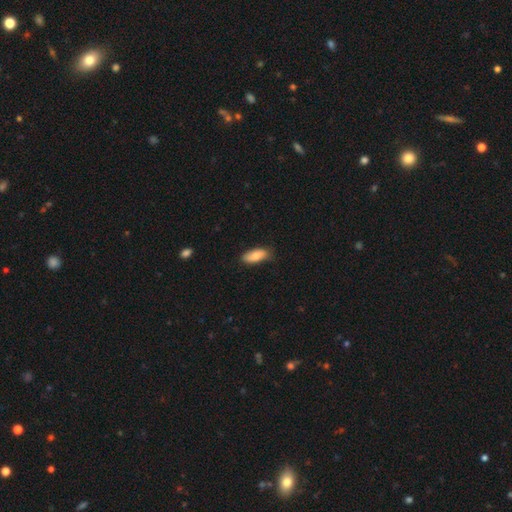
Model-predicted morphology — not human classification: The model was most divided on "merging": none: 76%, minor disturbance: 20%, major disturbance: 3%, merger: 1%. More confident: smooth or featured — smooth (82%); how rounded — in between (82%).